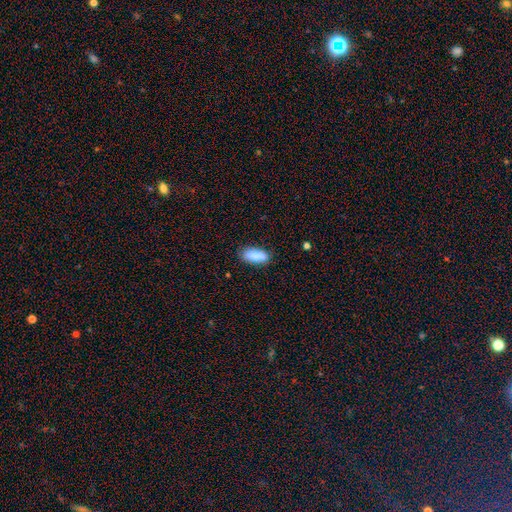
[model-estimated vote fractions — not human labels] This is clearly a smooth galaxy (88%). How rounded: likely in between (76%). Merging: clearly none (84%).